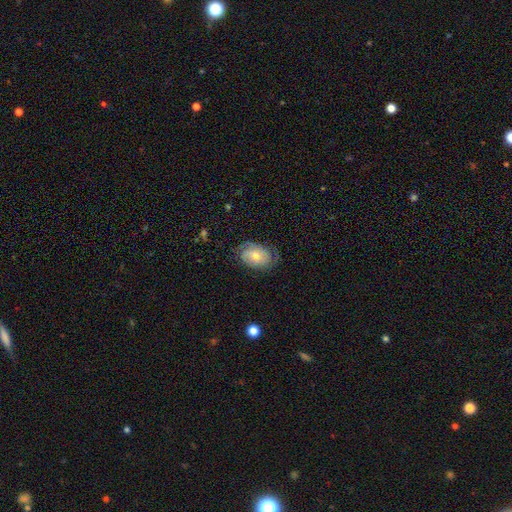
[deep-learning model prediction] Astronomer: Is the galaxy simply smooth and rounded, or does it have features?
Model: featured or disk — 68%.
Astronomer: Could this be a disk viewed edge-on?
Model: no — 96%.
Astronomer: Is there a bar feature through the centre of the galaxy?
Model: no — 70%.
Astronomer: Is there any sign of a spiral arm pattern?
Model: yes — 90%.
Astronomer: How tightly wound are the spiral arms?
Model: tight — 62%.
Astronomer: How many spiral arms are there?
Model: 2 — 50% (runner-up: can't tell, 28%).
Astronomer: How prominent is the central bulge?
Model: moderate — 51% (runner-up: small, 42%).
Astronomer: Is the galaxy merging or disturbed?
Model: none — 72%.